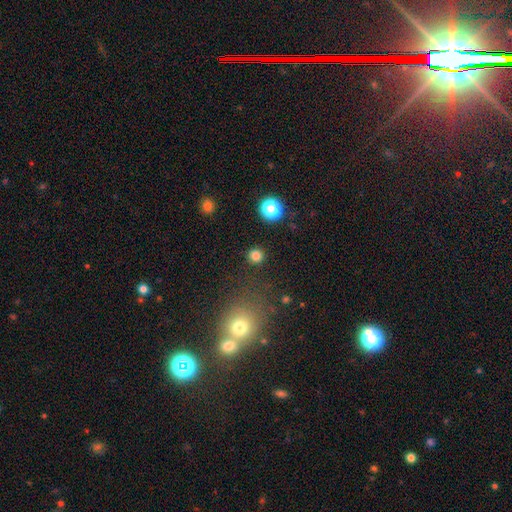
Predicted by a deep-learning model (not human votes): smooth 82%, star or artifact 14%, featured or disk 4%. Down the decision tree: how rounded — round (93%); merging — none (90%).